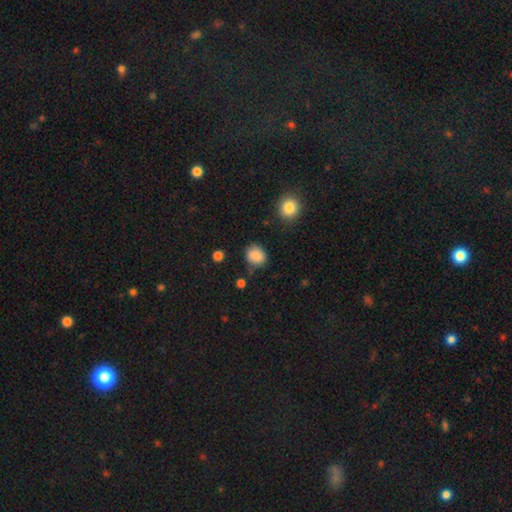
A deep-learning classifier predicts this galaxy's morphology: Q: Smooth or featured?
A: smooth (86%); runner-up: star or artifact (9%)
Q: How rounded?
A: round (65%); runner-up: in between (34%)
Q: Merging?
A: none (72%); runner-up: minor disturbance (20%)